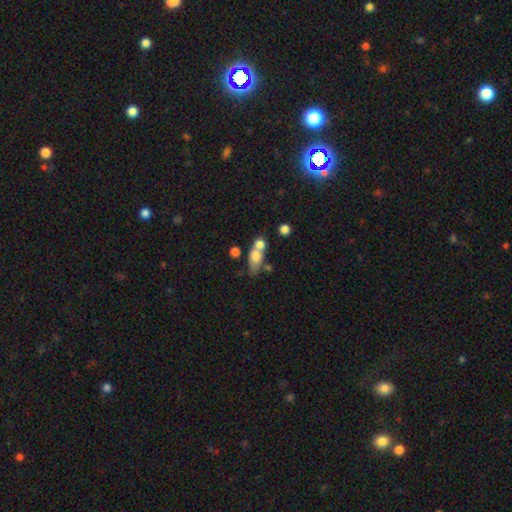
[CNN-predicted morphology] A smooth galaxy with no disk features (71%) that is in between round and cigar-shaped (63%). Merging: merger (51%).